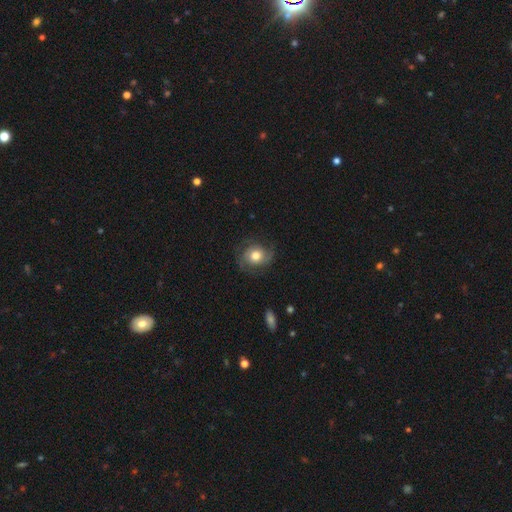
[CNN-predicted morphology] The model was most divided on "smooth or featured": featured or disk: 55%, smooth: 36%, star or artifact: 9%. More confident: edge-on disk — no (97%); spiral arms — yes (88%); bar — no (78%); merging — none (70%); bulge size — moderate (60%).